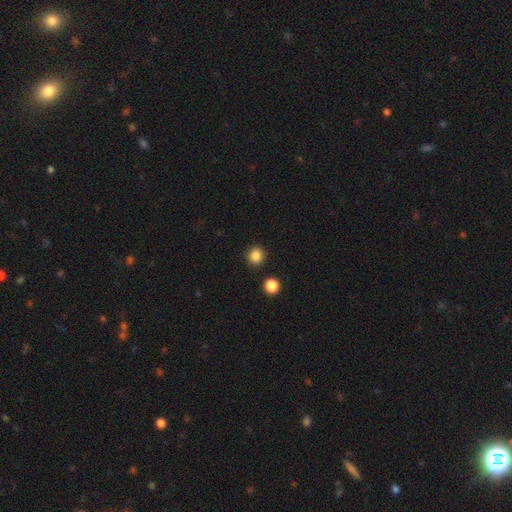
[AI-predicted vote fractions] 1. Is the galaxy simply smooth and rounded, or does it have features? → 86% smooth, 11% star or artifact, 3% featured or disk.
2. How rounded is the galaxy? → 89% round, 10% in between, 1% cigar-shaped.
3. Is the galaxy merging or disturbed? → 91% none, 5% minor disturbance, 2% merger, 2% major disturbance.